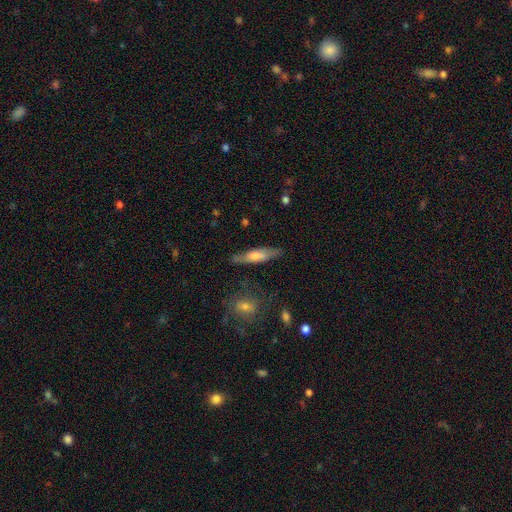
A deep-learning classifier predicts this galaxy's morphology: This appears to be a smooth galaxy with no disk features (55%) that is cigar-shaped (76%). Merging: none (77%).